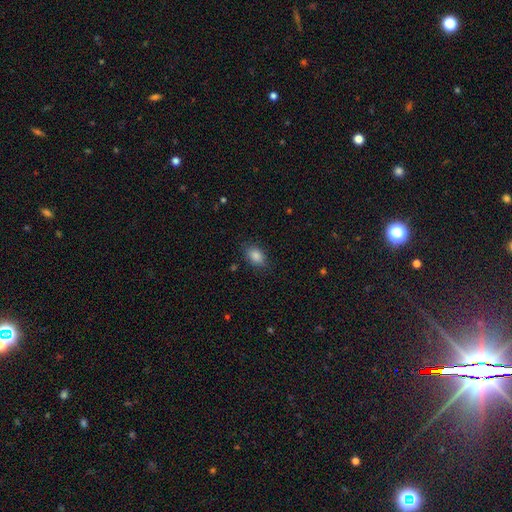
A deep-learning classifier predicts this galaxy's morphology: Smooth or featured: smooth — 86% (star or artifact — 9%)
How rounded: in between — 82% (round — 17%)
Merging: none — 83% (minor disturbance — 13%)